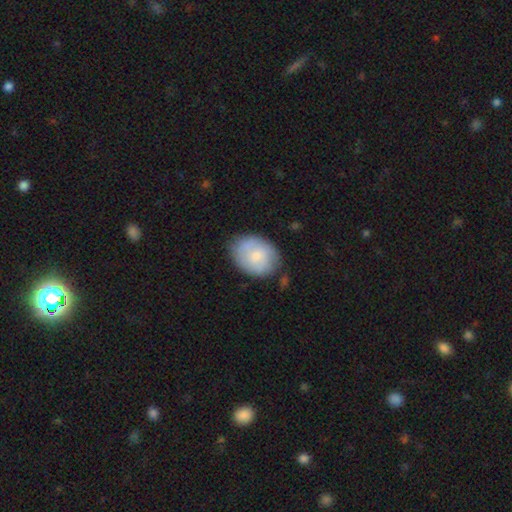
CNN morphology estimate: A smooth galaxy with no disk features (67%) that is in between round and cigar-shaped (60%). Merging: none (70%).